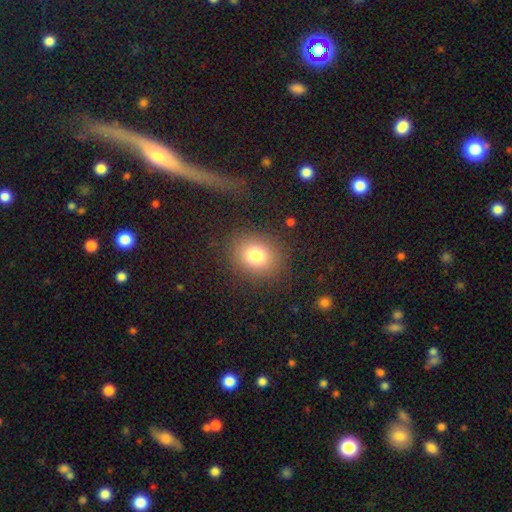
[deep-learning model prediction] The model was most divided on "how rounded": round: 65%, in between: 34%, cigar-shaped: 1%. More confident: merging — none (85%); smooth or featured — smooth (79%).